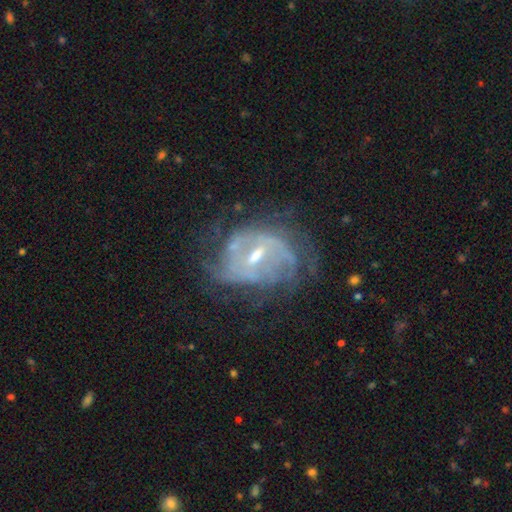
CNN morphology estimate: Q: Smooth or featured?
A: featured or disk (81%); runner-up: smooth (10%)
Q: Edge-on disk?
A: no (96%); runner-up: yes (4%)
Q: Bar?
A: weak (52%); runner-up: strong (24%)
Q: Spiral arms?
A: yes (78%); runner-up: no (22%)
Q: Spiral winding?
A: tight (45%); runner-up: medium (35%)
Q: Spiral arm count?
A: can't tell (48%); runner-up: 2 (25%)
Q: Bulge size?
A: moderate (49%); runner-up: small (45%)
Q: Merging?
A: none (51%); runner-up: minor disturbance (23%)